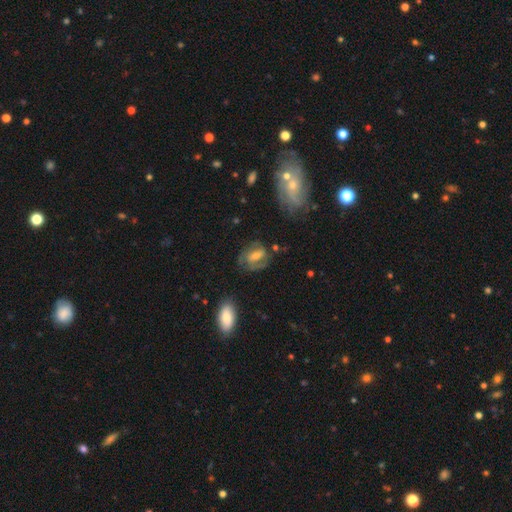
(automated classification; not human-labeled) A featured or disk galaxy (60%) with a weak bar (42%), spiral arms (77%) and a small central bulge (42%). Merging: none (60%).